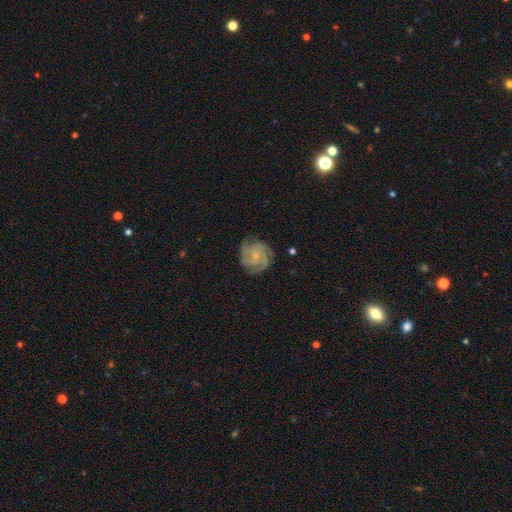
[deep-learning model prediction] featured or disk 84%, smooth 10%, star or artifact 6%. Down the decision tree: edge-on disk — no (98%); bar — no (78%); spiral arms — yes (97%); spiral arm count — 3 (42%); spiral winding — tight (61%); bulge size — small (71%); merging — none (77%).